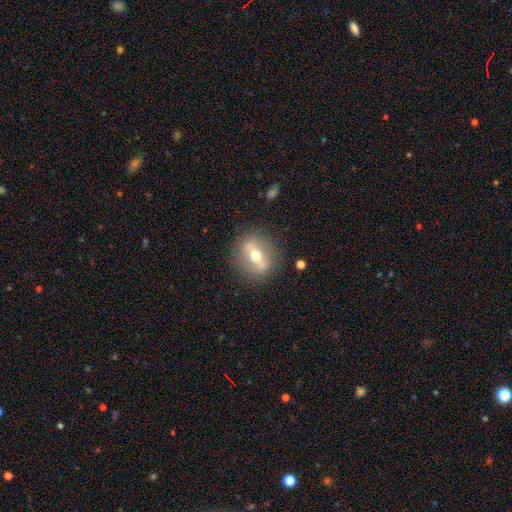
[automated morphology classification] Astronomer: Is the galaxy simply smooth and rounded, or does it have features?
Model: featured or disk — 64%.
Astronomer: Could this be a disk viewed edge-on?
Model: no — 55% (runner-up: yes, 45%).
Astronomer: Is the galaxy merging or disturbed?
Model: none — 84%.